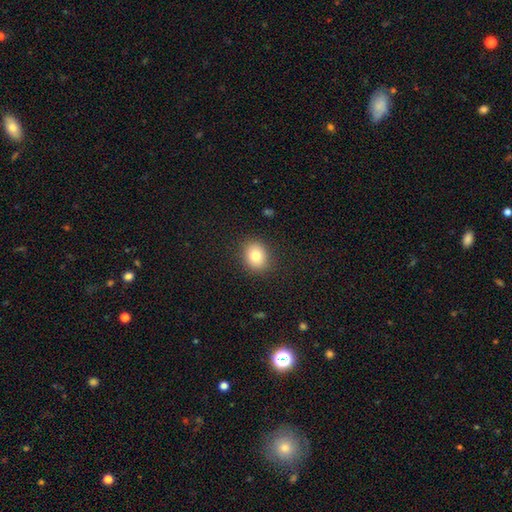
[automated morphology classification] Q: Smooth or featured?
A: smooth (81%); runner-up: star or artifact (10%)
Q: How rounded?
A: round (59%); runner-up: in between (40%)
Q: Merging?
A: none (88%); runner-up: minor disturbance (8%)